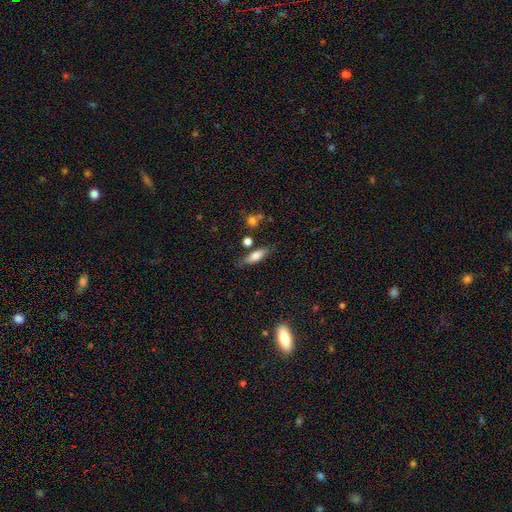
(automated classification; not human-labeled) The model was most divided on "how rounded": in between: 54%, cigar-shaped: 43%, round: 3%. More confident: merging — none (75%); smooth or featured — smooth (73%).